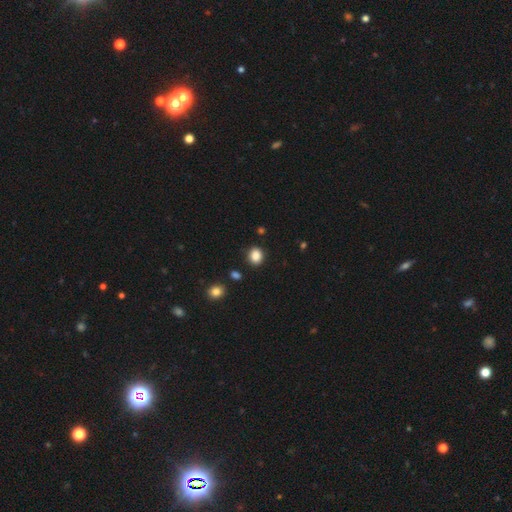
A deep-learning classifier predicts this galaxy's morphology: Smooth or featured?
  - smooth: 87% *
  - star or artifact: 10%
  - featured or disk: 3%
How rounded?
  - round: 60% *
  - in between: 39%
  - cigar-shaped: 1%
Merging?
  - none: 87% *
  - minor disturbance: 9%
  - major disturbance: 3%
  - merger: 2%